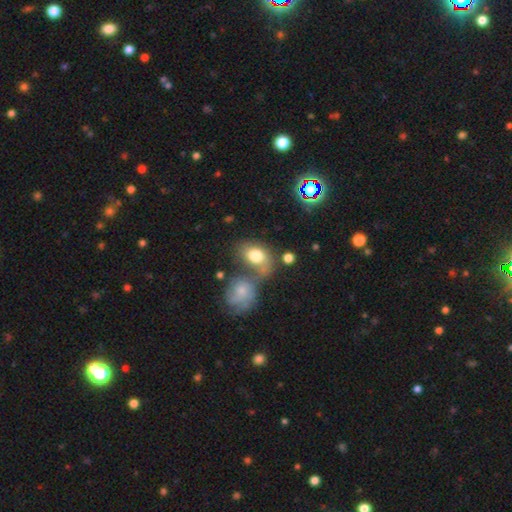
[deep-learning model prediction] Q: Smooth or featured?
A: smooth (71%); runner-up: featured or disk (20%)
Q: How rounded?
A: in between (70%); runner-up: round (28%)
Q: Merging?
A: merger (40%); runner-up: none (34%)